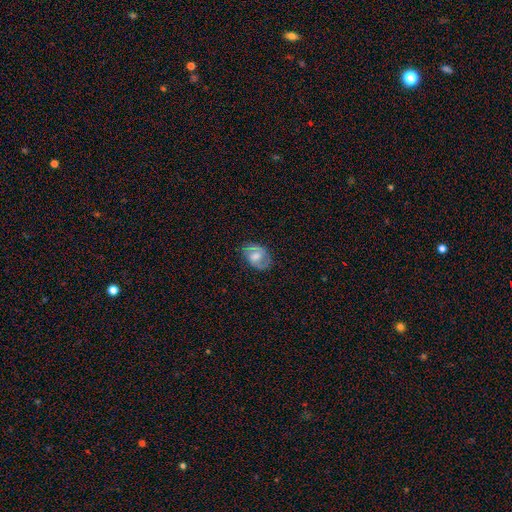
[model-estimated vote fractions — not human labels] Morphology: type=featured or disk (58%); edge-on=no (96%); bar=weak (51%); spiral arms=yes (80%); bulge=moderate (50%); merging=none (77%).